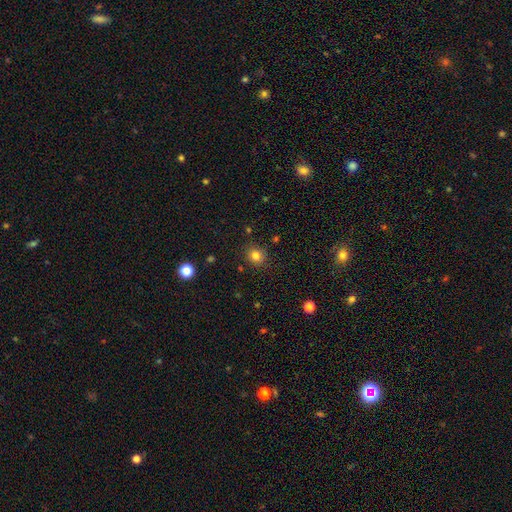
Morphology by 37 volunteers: Q: Smooth or featured?
A: smooth (84%); runner-up: star or artifact (11%)
Q: How rounded?
A: round (81%); runner-up: in between (19%)
Q: Merging?
A: none (79%); runner-up: minor disturbance (9%)